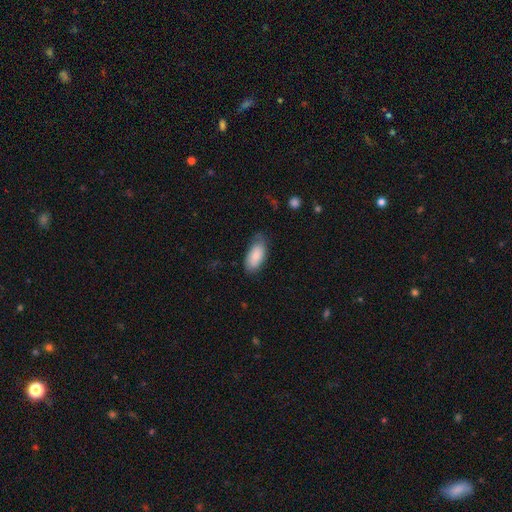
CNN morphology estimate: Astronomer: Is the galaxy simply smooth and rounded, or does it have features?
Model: smooth — 82%.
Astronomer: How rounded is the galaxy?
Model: in between — 92%.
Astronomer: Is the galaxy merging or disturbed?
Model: none — 63%.